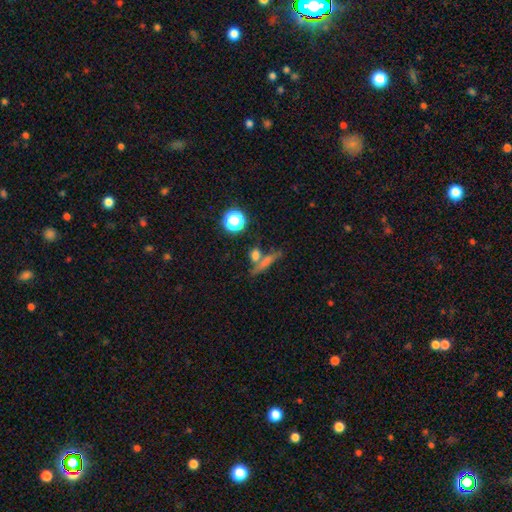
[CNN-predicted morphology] Smooth or featured? smooth (66%)
How rounded? cigar-shaped (47%)
Merging? none (54%)